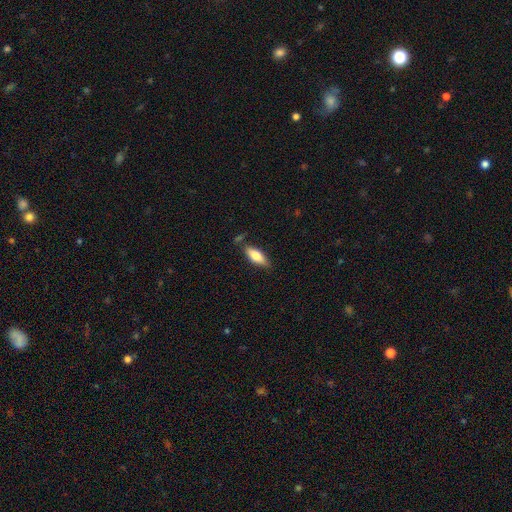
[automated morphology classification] Smooth or featured? Predicted: smooth (p=0.75). How rounded? Predicted: in between (p=0.72). Merging? Predicted: none (p=0.75).